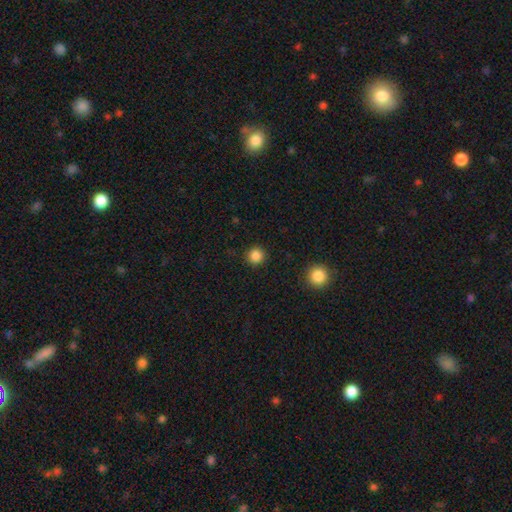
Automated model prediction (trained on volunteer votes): Overall: smooth (85%). How rounded: round (95%). Merging: none (91%).